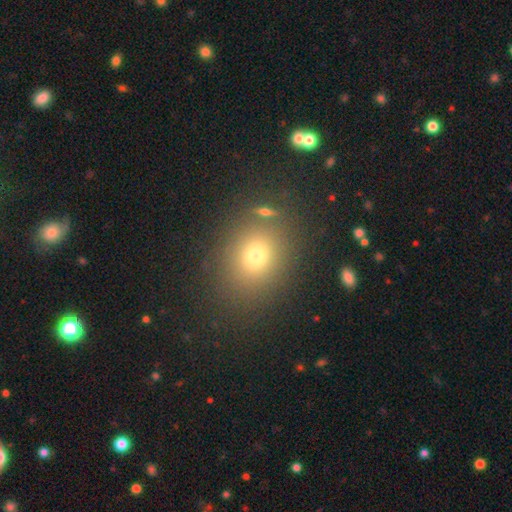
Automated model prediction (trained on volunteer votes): Q: Smooth or featured?
A: smooth (72%); runner-up: star or artifact (18%)
Q: How rounded?
A: round (61%); runner-up: in between (38%)
Q: Merging?
A: none (83%); runner-up: minor disturbance (9%)